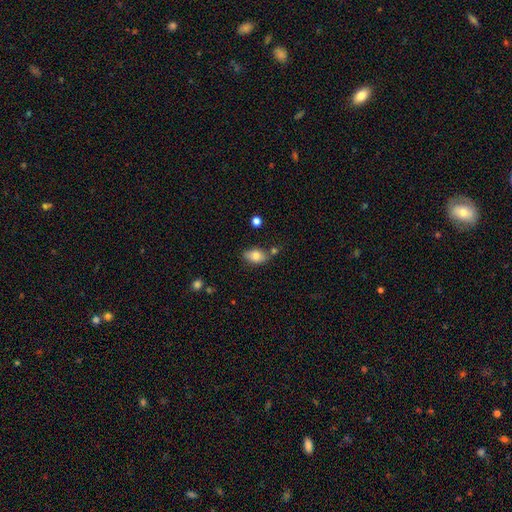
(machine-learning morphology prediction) A smooth galaxy with no disk features (79%) that is in between round and cigar-shaped (87%).

Vote fractions:
- Smooth or featured? smooth: 79% / featured or disk: 13% / star or artifact: 8%
- How rounded? in between: 87% / round: 10% / cigar-shaped: 2%
- Merging? none: 68% / minor disturbance: 18% / merger: 10% / major disturbance: 4%